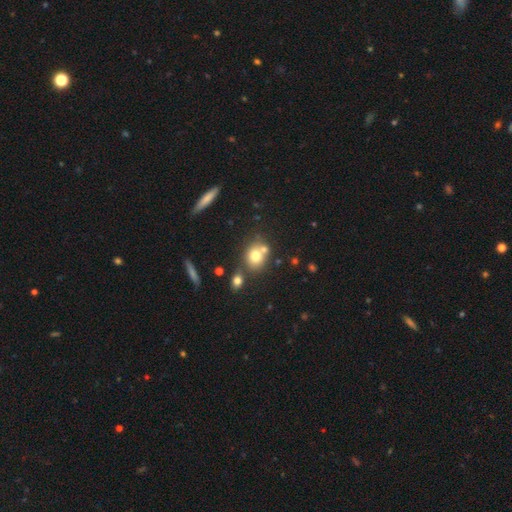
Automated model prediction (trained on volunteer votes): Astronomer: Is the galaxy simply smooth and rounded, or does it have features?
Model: smooth — 72%.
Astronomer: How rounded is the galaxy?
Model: round — 64%.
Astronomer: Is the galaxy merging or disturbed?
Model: none — 51% (runner-up: merger, 33%).